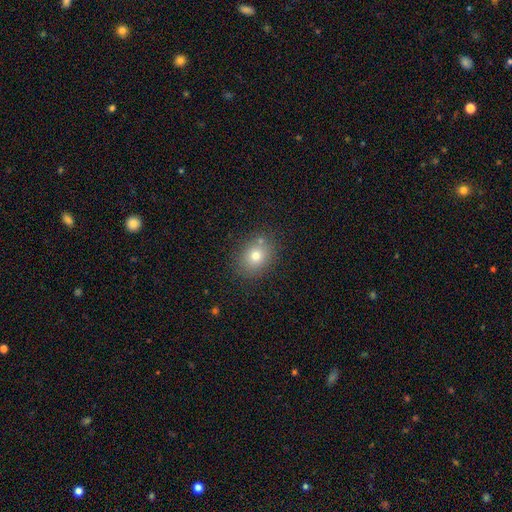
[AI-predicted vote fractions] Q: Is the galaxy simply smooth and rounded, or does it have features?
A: smooth — 74%.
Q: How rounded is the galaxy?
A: round — 54%.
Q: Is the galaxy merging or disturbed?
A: none — 78%.